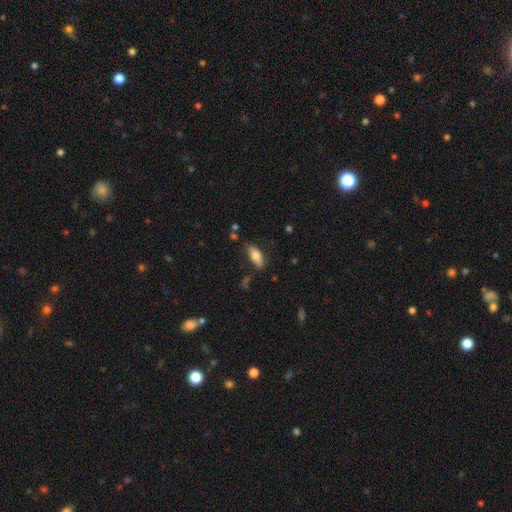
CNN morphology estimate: type=smooth (70%); roundness=in between (75%); merging=none (73%).